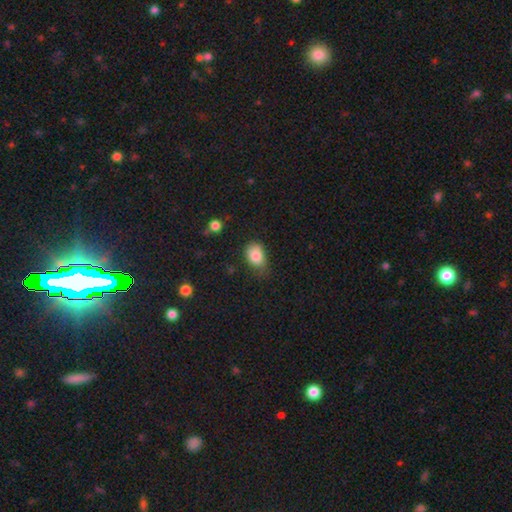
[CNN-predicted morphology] Smooth or featured? smooth (84%)
How rounded? in between (78%)
Merging? none (51%)